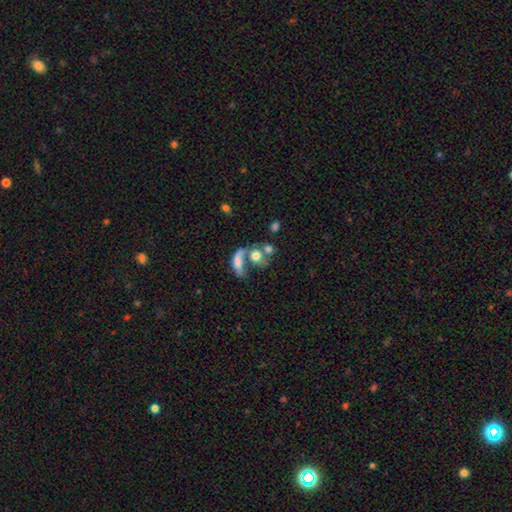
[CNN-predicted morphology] A smooth galaxy with no disk features (61%) that is round (51%).

Vote fractions:
- Smooth or featured? smooth: 61% / featured or disk: 27% / star or artifact: 11%
- How rounded? round: 51% / in between: 45% / cigar-shaped: 5%
- Merging? merger: 55% / none: 22% / major disturbance: 14% / minor disturbance: 9%